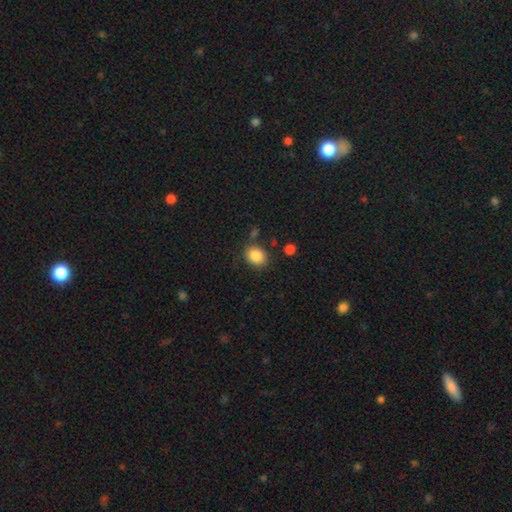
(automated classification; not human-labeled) smooth-or-featured: smooth: 86% | star or artifact: 9% | featured or disk: 5%
  how-rounded: in between: 53% | round: 46% | cigar-shaped: 1%
  merging: none: 79% | minor disturbance: 12% | merger: 4% | major disturbance: 4%